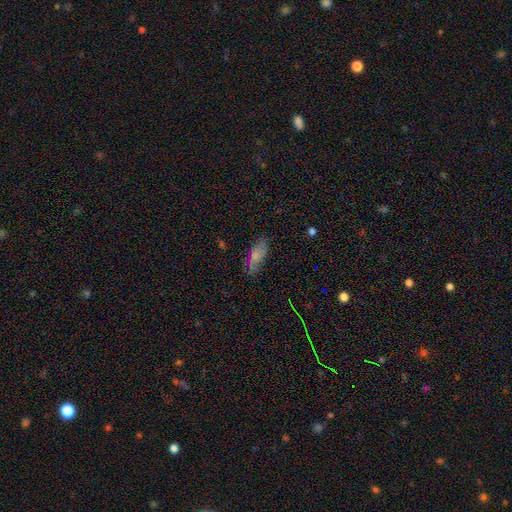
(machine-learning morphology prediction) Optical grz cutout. It shows a smooth galaxy with no disk features (71%) that is in between round and cigar-shaped (78%). Merging: none (73%).